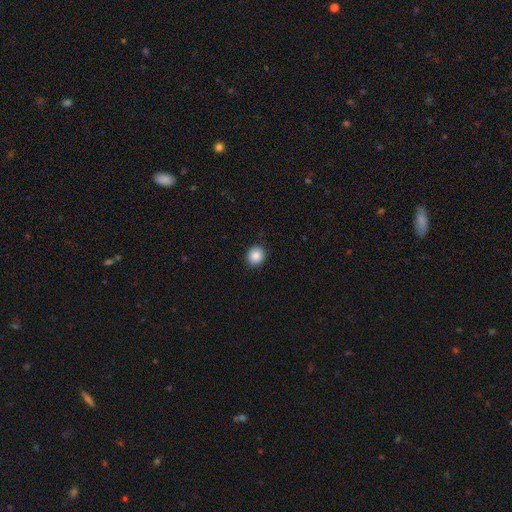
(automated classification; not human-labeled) Smooth or featured?
  - smooth: 88% *
  - star or artifact: 9%
  - featured or disk: 4%
How rounded?
  - round: 81% *
  - in between: 18%
  - cigar-shaped: 1%
Merging?
  - none: 92% *
  - minor disturbance: 6%
  - major disturbance: 2%
  - merger: 1%